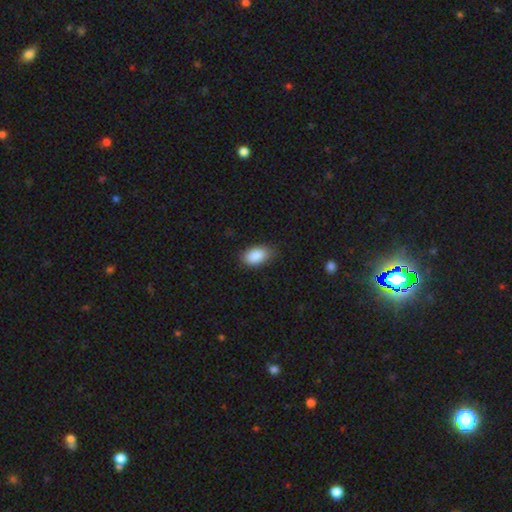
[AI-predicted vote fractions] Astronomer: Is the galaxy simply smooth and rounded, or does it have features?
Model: smooth — 89%.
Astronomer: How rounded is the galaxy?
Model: in between — 92%.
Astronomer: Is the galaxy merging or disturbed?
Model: none — 77%.